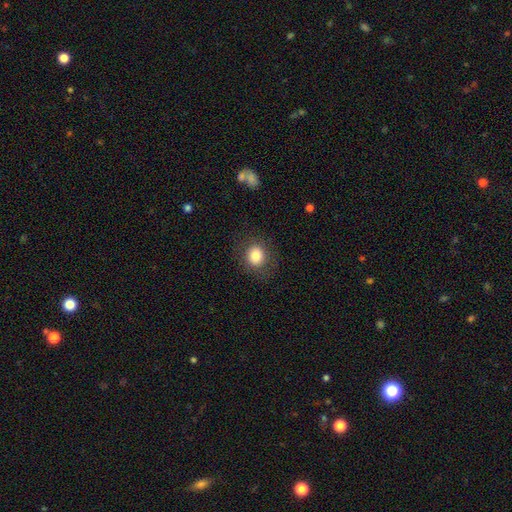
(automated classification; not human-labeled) Q: Smooth or featured?
A: smooth (84%); runner-up: star or artifact (9%)
Q: How rounded?
A: round (72%); runner-up: in between (27%)
Q: Merging?
A: none (84%); runner-up: minor disturbance (10%)